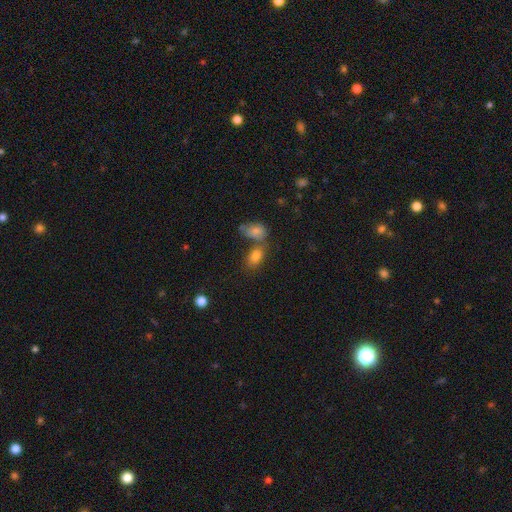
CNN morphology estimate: Smooth or featured? Predicted: smooth (p=0.79). How rounded? Predicted: in between (p=0.85). Merging? Predicted: none (p=0.47).